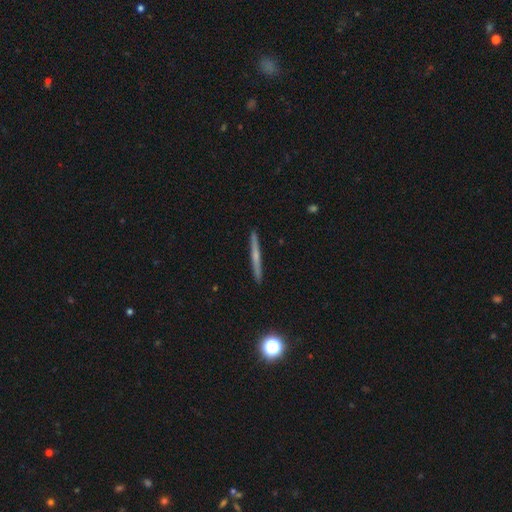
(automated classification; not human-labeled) Q: Smooth or featured?
A: featured or disk (55%); runner-up: smooth (37%)
Q: Edge-on disk?
A: yes (97%); runner-up: no (3%)
Q: Edge-on bulge?
A: none (52%); runner-up: rounded (41%)
Q: Merging?
A: none (92%); runner-up: minor disturbance (5%)